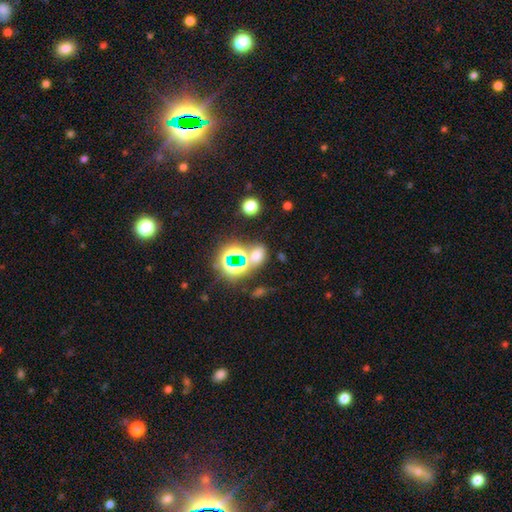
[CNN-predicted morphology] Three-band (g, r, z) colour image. It shows a smooth galaxy with no disk features (47%). Merging: none (57%).